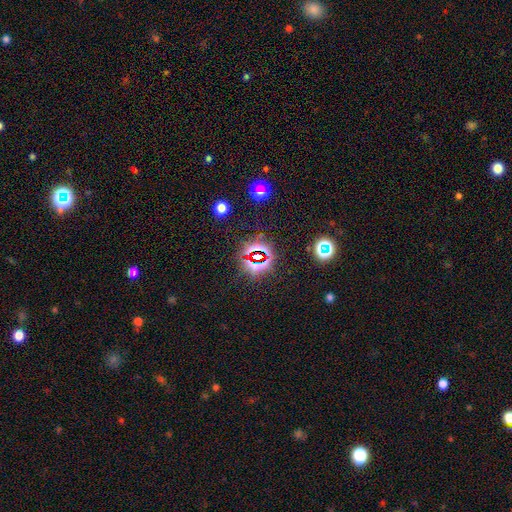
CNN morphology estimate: smooth_or_featured: star or artifact (p=0.78) [alt: smooth p=0.12]